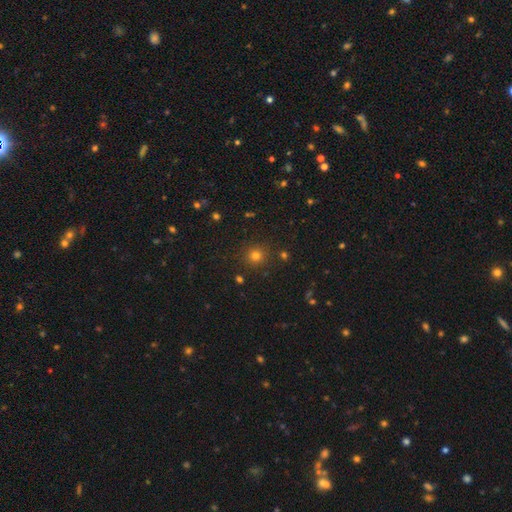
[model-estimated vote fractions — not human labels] smooth 75%, star or artifact 19%, featured or disk 6%. Down the decision tree: how rounded — round (92%); merging — none (88%).